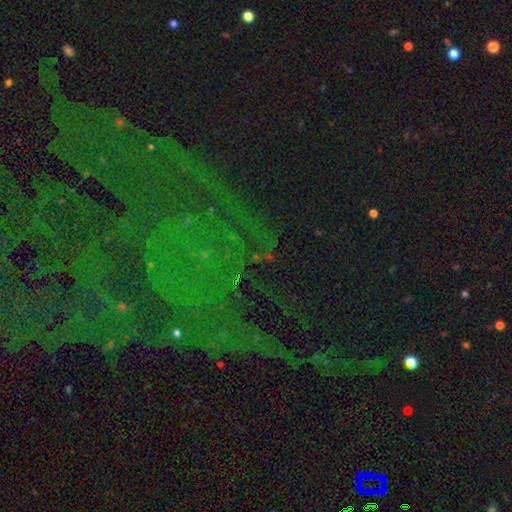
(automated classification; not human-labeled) Overall: star or artifact (82%).